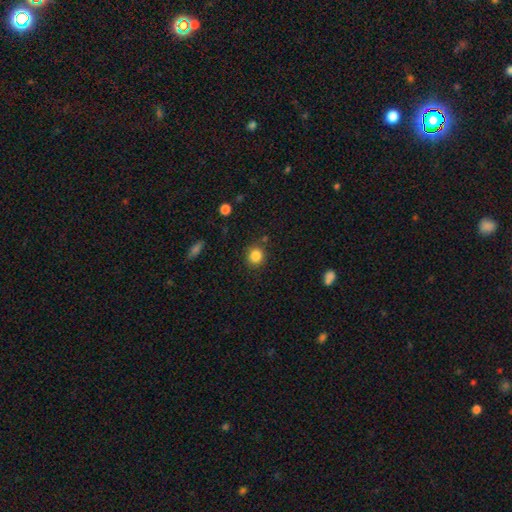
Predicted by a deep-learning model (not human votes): Overall: smooth (85%). How rounded: round (83%). Merging: none (83%).